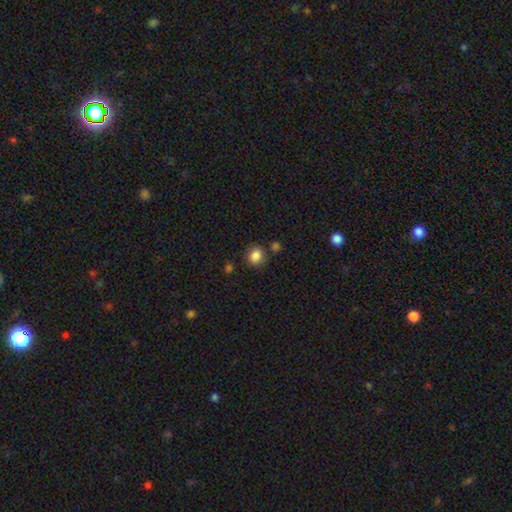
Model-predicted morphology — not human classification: Smooth or featured?
  - smooth: 85% *
  - star or artifact: 11%
  - featured or disk: 4%
How rounded?
  - round: 69% *
  - in between: 30%
  - cigar-shaped: 1%
Merging?
  - none: 78% *
  - minor disturbance: 11%
  - merger: 7%
  - major disturbance: 4%